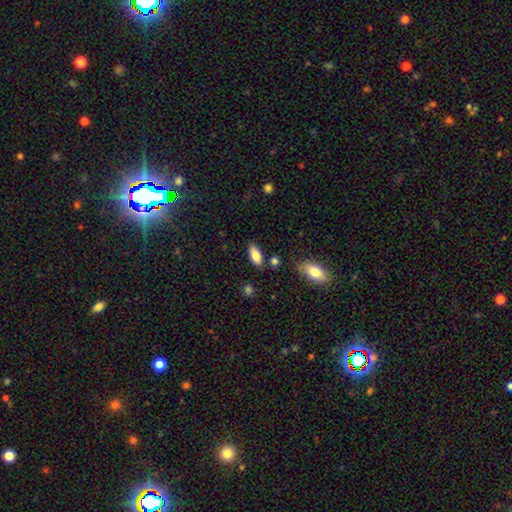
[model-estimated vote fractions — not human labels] A smooth galaxy with no disk features (81%) that is in between round and cigar-shaped (85%).

Vote fractions:
- Smooth or featured? smooth: 81% / featured or disk: 12% / star or artifact: 7%
- How rounded? in between: 85% / cigar-shaped: 13% / round: 2%
- Merging? none: 82% / minor disturbance: 12% / merger: 4% / major disturbance: 3%